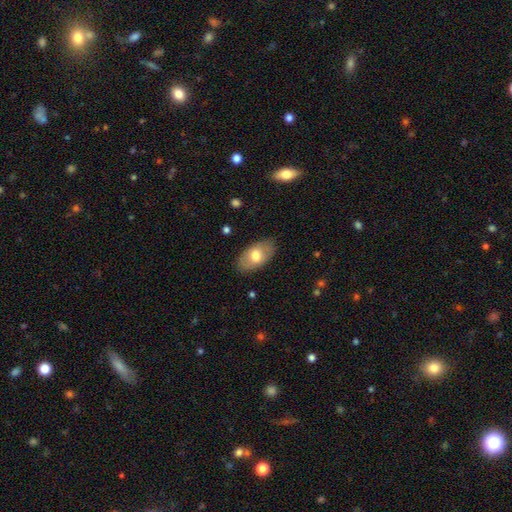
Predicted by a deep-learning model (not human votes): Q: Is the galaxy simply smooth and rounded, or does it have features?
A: smooth — 68%.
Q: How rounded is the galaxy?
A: in between — 94%.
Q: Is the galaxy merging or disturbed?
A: none — 84%.